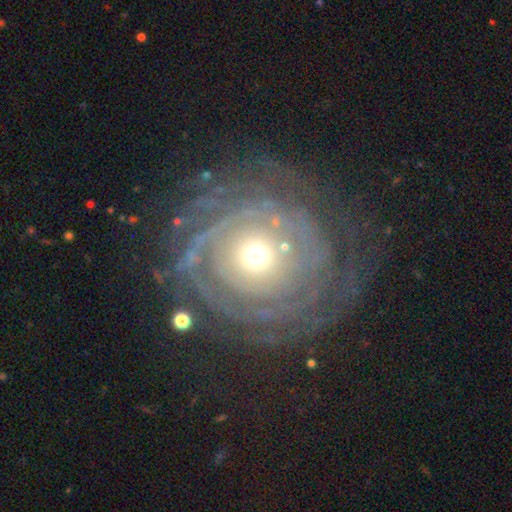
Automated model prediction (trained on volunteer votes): Smooth or featured?
  - featured or disk: 84% *
  - smooth: 9%
  - star or artifact: 7%
Edge-on disk?
  - no: 97% *
  - yes: 3%
Bar?
  - no: 85% *
  - weak: 10%
  - strong: 5%
Spiral arms?
  - yes: 89% *
  - no: 11%
Spiral winding?
  - tight: 80% *
  - medium: 14%
  - loose: 6%
Spiral arm count?
  - can't tell: 36% *
  - more than 4: 20%
  - 2: 12%
  - 3: 12%
  - 4: 12%
  - 1: 8%
Bulge size?
  - moderate: 52% *
  - small: 39%
  - large: 6%
  - dominant: 2%
  - none: 1%
Merging?
  - none: 72% *
  - minor disturbance: 14%
  - major disturbance: 12%
  - merger: 2%